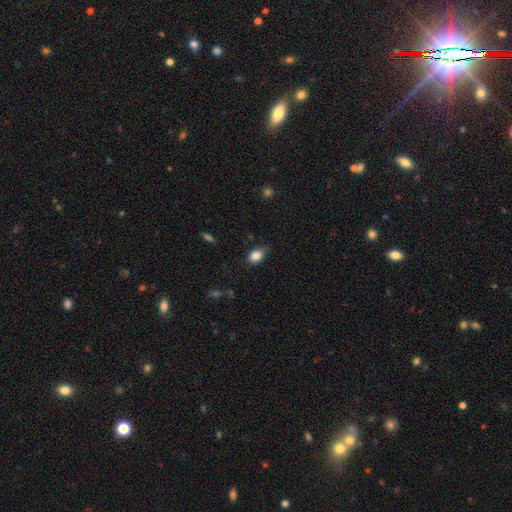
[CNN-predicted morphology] This appears to be a smooth galaxy with no disk features (84%) that is in between round and cigar-shaped (70%). Merging: none (59%).